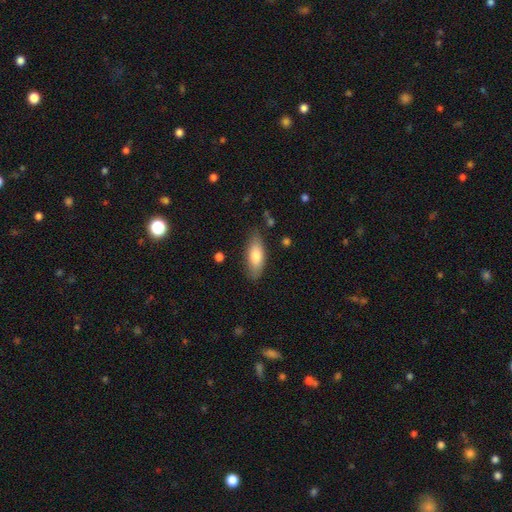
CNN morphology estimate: Overall: smooth (76%). How rounded: in between (76%). Merging: none (81%).